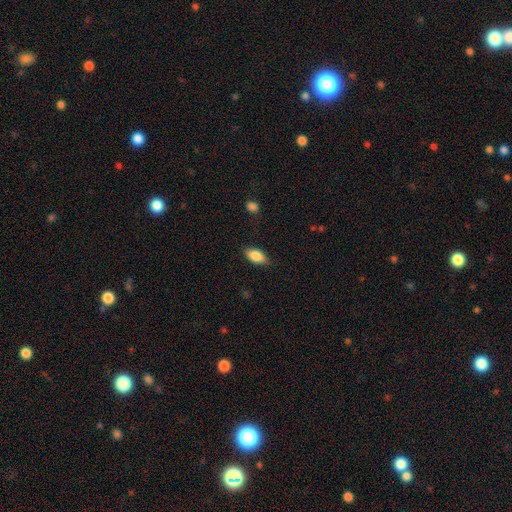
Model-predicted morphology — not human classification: Smooth or featured? smooth (85%)
How rounded? in between (90%)
Merging? none (82%)